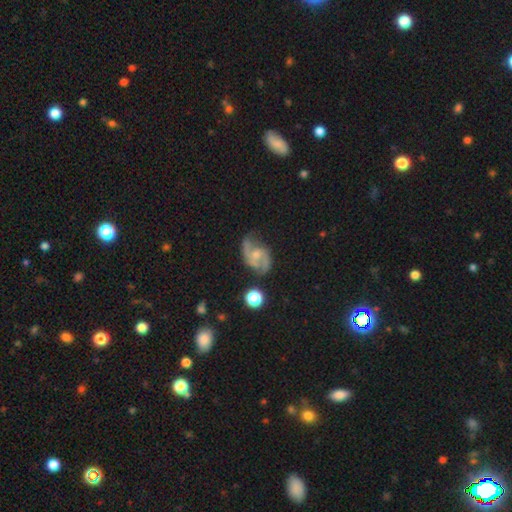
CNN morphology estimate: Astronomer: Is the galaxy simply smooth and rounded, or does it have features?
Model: featured or disk — 81%.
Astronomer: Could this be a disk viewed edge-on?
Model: no — 97%.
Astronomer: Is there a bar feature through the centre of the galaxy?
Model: no — 58% (runner-up: weak, 36%).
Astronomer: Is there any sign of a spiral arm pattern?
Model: yes — 94%.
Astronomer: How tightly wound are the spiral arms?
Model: medium — 49% (runner-up: loose, 35%).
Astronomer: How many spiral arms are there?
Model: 2 — 84%.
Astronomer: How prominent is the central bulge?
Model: small — 44% (runner-up: moderate, 41%).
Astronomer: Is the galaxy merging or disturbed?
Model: none — 58%.